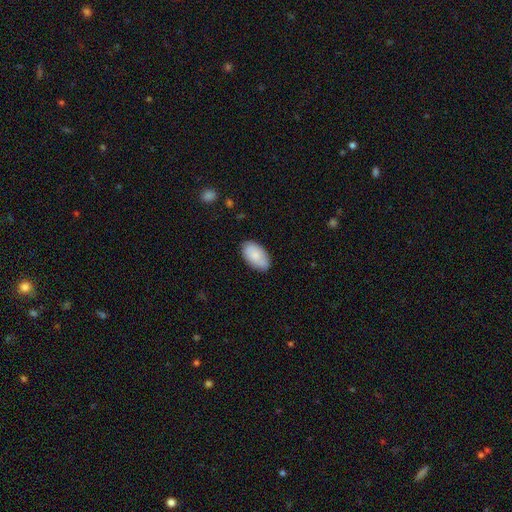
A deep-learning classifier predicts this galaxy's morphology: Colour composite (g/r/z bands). It shows a smooth galaxy with no disk features (83%) that is in between round and cigar-shaped (95%). Merging: none (83%).